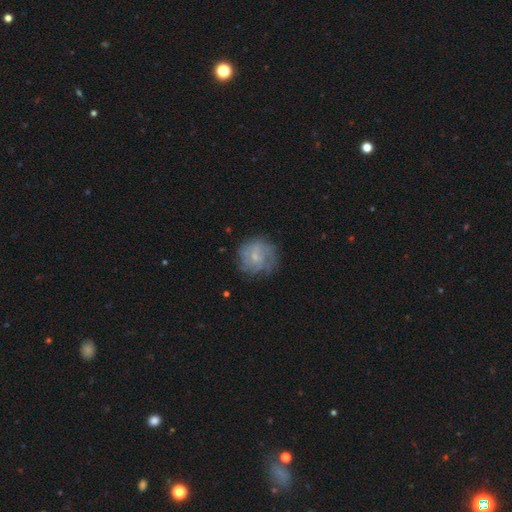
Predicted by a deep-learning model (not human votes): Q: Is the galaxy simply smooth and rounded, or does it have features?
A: featured or disk — 56%.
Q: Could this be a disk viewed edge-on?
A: no — 98%.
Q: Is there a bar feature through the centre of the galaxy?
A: no — 68%.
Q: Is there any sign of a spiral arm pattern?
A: yes — 69%.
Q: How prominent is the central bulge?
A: small — 68%.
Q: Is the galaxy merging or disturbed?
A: none — 68%.